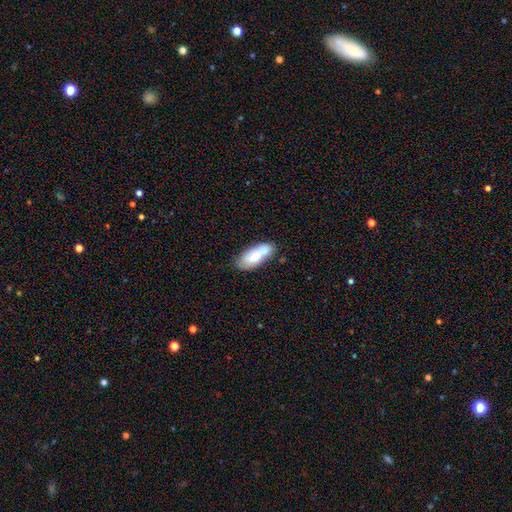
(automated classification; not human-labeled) smooth-or-featured: smooth: 68% | featured or disk: 26% | star or artifact: 6%
  how-rounded: in between: 82% | cigar-shaped: 16% | round: 2%
  merging: none: 66% | minor disturbance: 20% | merger: 9% | major disturbance: 4%